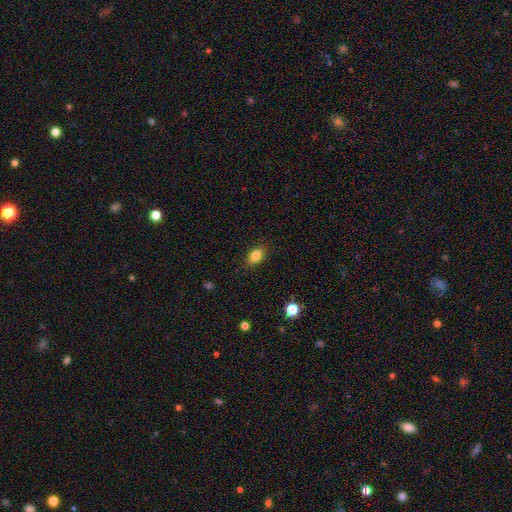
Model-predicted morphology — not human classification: Smooth or featured? Predicted: smooth (p=0.83). How rounded? Predicted: in between (p=0.79). Merging? Predicted: none (p=0.87).